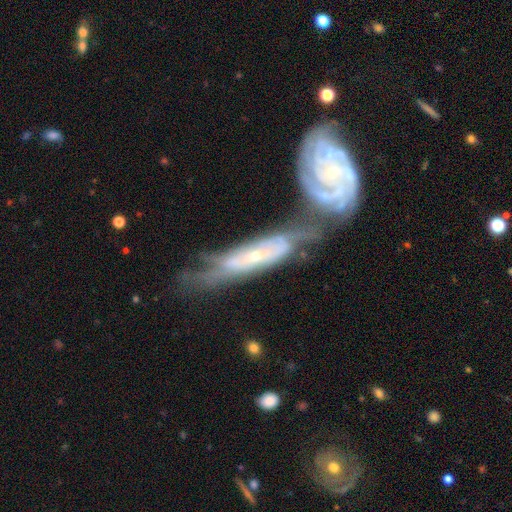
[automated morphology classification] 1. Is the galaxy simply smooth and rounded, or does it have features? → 83% featured or disk, 11% smooth, 6% star or artifact.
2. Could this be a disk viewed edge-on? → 81% no, 19% yes.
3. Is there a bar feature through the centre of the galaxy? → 67% no, 23% weak, 10% strong.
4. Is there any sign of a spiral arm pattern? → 92% yes, 8% no.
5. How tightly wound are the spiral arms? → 72% tight, 22% medium, 6% loose.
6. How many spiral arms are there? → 49% can't tell, 15% 2, 15% 3, 12% 4, 6% more than 4, 4% 1.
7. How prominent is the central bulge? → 72% small, 23% moderate, 2% none, 2% large, 1% dominant.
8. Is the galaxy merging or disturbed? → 53% merger, 24% none, 15% minor disturbance, 8% major disturbance.